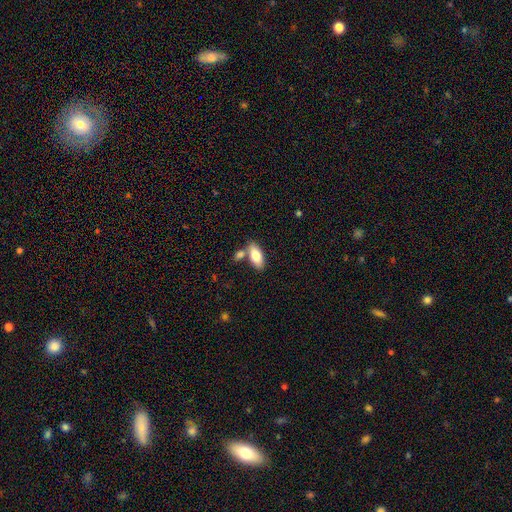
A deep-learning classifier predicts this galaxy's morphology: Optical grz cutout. It shows a smooth galaxy with no disk features (79%) that is in between round and cigar-shaped (85%). Merging: none (64%).